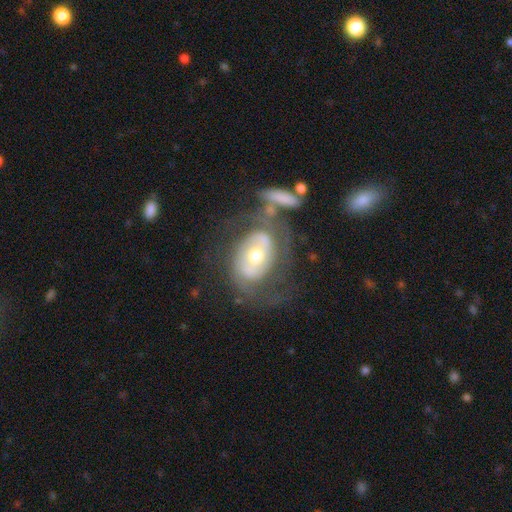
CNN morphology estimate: Q: Smooth or featured?
A: featured or disk (71%); runner-up: smooth (21%)
Q: Edge-on disk?
A: no (95%); runner-up: yes (5%)
Q: Bar?
A: no (68%); runner-up: weak (22%)
Q: Spiral arms?
A: yes (66%); runner-up: no (34%)
Q: Bulge size?
A: moderate (65%); runner-up: small (25%)
Q: Merging?
A: none (41%); runner-up: major disturbance (24%)